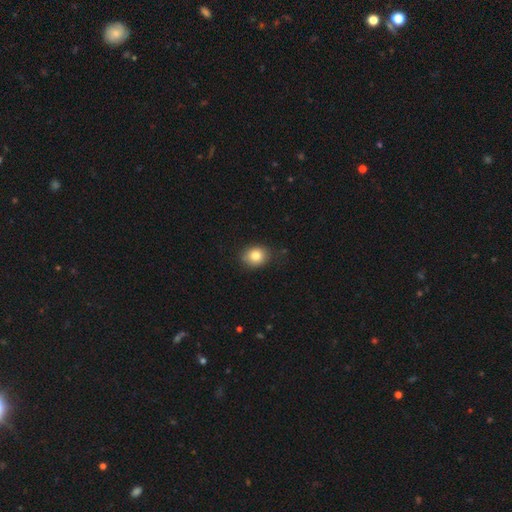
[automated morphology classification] Overall: smooth (82%). How rounded: round (56%; in between 43%). Merging: none (78%).